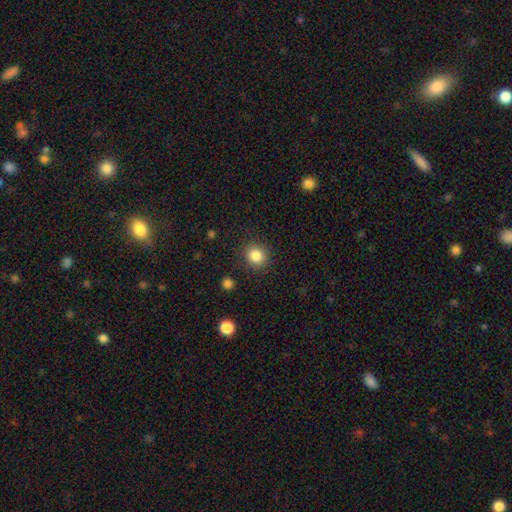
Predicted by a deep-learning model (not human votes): smooth_or_featured: smooth (p=0.85) [alt: star or artifact p=0.10]
how_rounded: round (p=0.83) [alt: in between p=0.16]
merging: none (p=0.88) [alt: minor disturbance p=0.08]